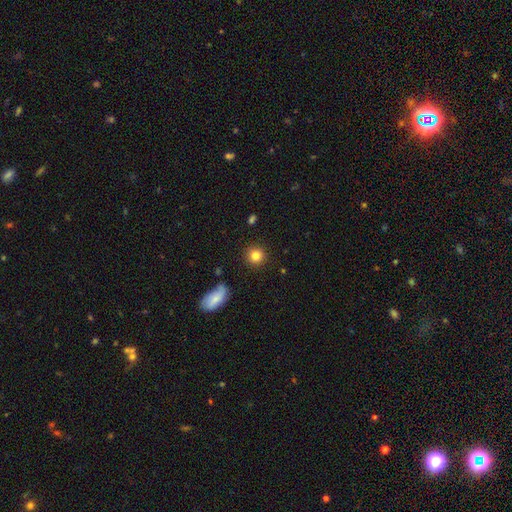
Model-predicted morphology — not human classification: A smooth galaxy with no disk features (82%) that is round (92%). Merging: none (90%).